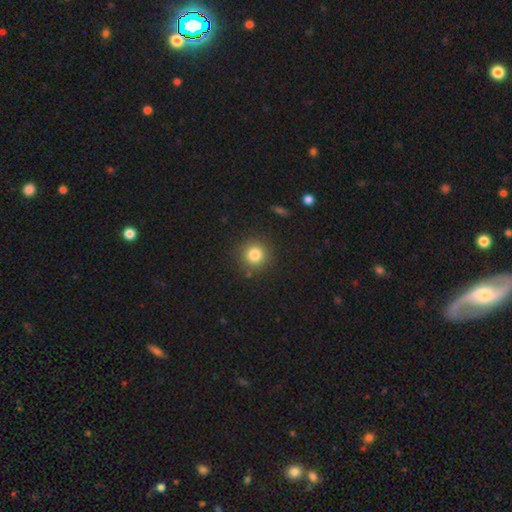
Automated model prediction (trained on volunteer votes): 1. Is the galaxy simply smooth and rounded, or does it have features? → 52% smooth, 34% star or artifact, 13% featured or disk.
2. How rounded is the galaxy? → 91% round, 7% in between, 2% cigar-shaped.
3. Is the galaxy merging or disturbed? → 88% none, 7% minor disturbance, 3% major disturbance, 2% merger.